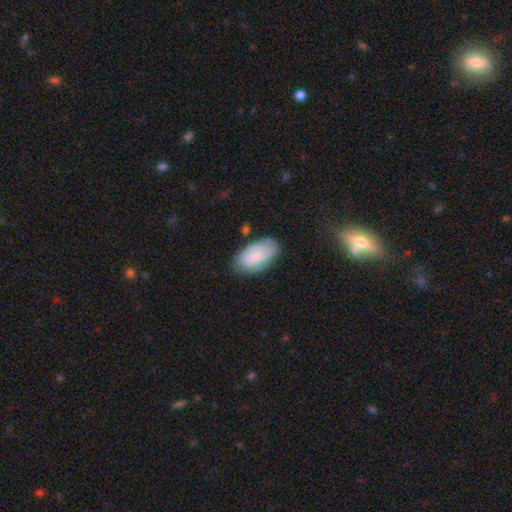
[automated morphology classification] Smooth or featured?
  - smooth: 67% *
  - featured or disk: 26%
  - star or artifact: 7%
How rounded?
  - in between: 94% *
  - round: 4%
  - cigar-shaped: 2%
Merging?
  - none: 68% *
  - minor disturbance: 23%
  - major disturbance: 6%
  - merger: 3%